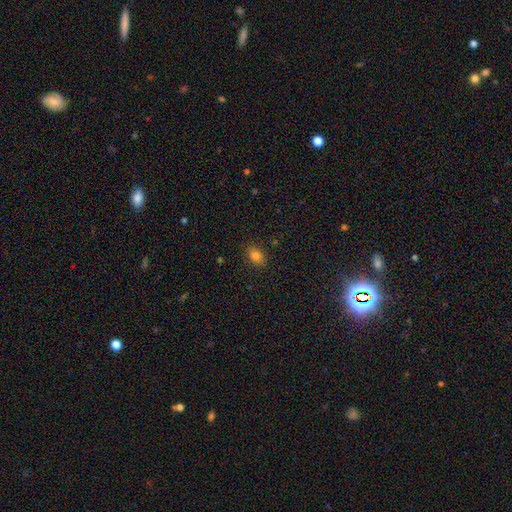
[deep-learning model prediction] This appears to be a smooth galaxy with no disk features (82%) that is in between round and cigar-shaped (74%). Merging: none (87%).